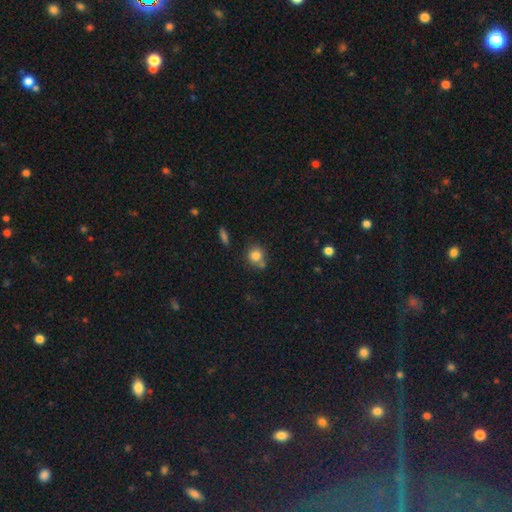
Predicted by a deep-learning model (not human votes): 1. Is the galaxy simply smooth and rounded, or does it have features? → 81% smooth, 10% star or artifact, 8% featured or disk.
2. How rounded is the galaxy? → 85% round, 14% in between, 1% cigar-shaped.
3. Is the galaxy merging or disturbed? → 63% none, 18% merger, 15% minor disturbance, 4% major disturbance.